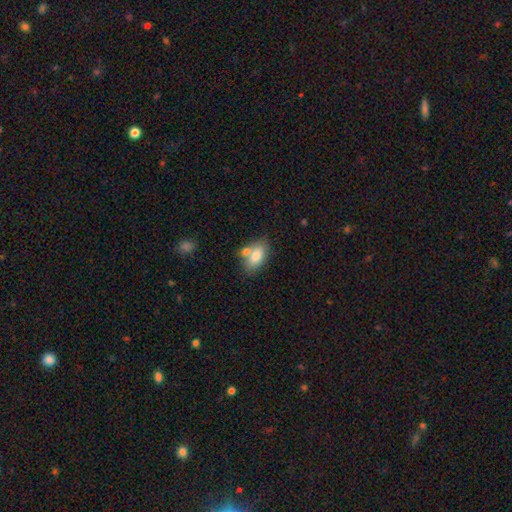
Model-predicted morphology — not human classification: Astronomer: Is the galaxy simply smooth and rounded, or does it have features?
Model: smooth — 78%.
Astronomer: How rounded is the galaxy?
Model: in between — 89%.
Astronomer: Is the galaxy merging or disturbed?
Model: none — 56%.